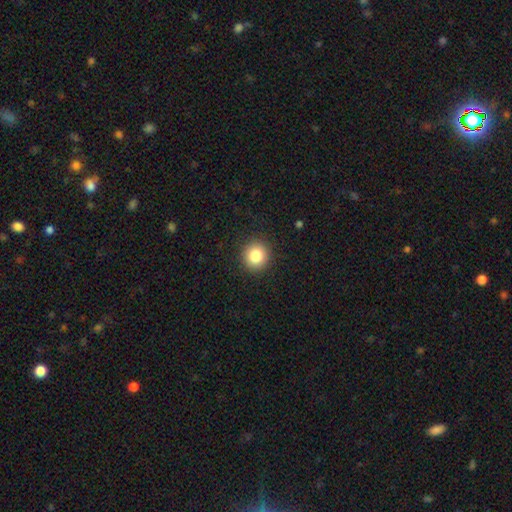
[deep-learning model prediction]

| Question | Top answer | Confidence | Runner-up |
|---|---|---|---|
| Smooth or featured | smooth | 84% | star or artifact (10%) |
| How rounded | round | 91% | in between (8%) |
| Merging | none | 91% | minor disturbance (6%) |